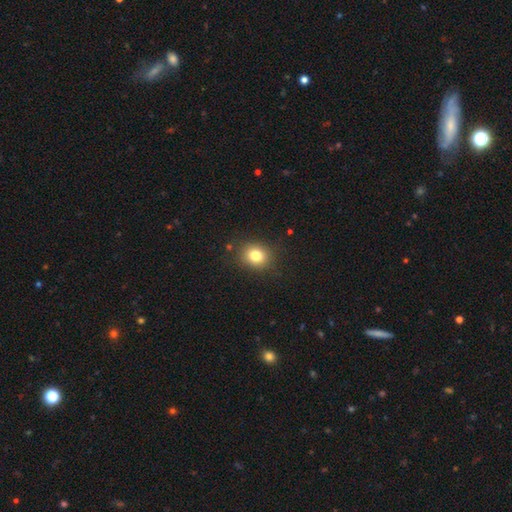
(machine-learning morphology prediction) smooth-or-featured: smooth: 80% | star or artifact: 12% | featured or disk: 8%
  how-rounded: round: 69% | in between: 30% | cigar-shaped: 1%
  merging: none: 86% | minor disturbance: 9% | major disturbance: 3% | merger: 1%